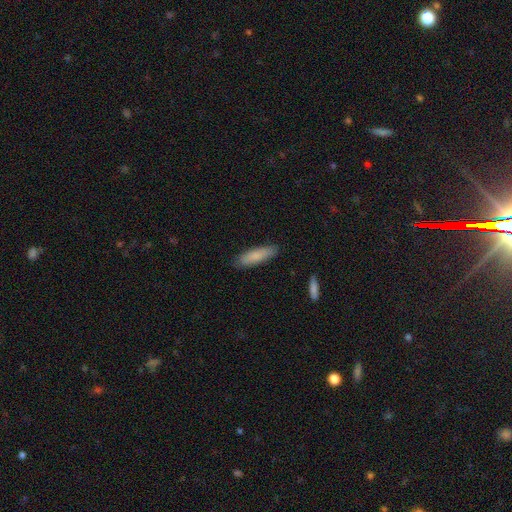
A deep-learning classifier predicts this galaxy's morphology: Q: Smooth or featured?
A: smooth (82%); runner-up: featured or disk (12%)
Q: How rounded?
A: cigar-shaped (64%); runner-up: in between (35%)
Q: Merging?
A: none (85%); runner-up: minor disturbance (11%)